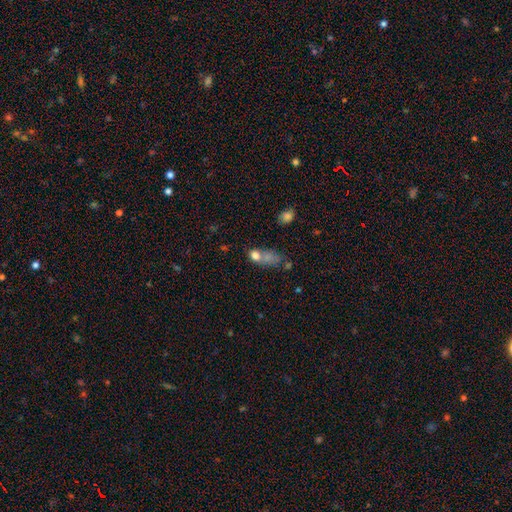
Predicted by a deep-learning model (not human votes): Smooth or featured: smooth — 71% (featured or disk — 15%)
How rounded: in between — 58% (round — 35%)
Merging: merger — 43% (none — 29%)